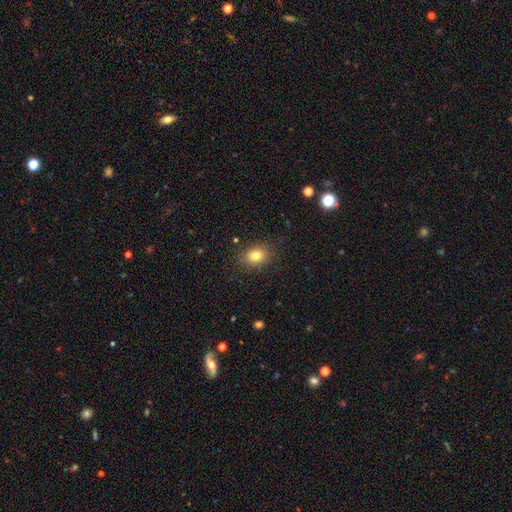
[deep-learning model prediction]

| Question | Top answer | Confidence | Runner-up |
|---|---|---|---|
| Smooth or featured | smooth | 81% | star or artifact (11%) |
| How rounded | in between | 62% | round (37%) |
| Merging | none | 85% | minor disturbance (11%) |